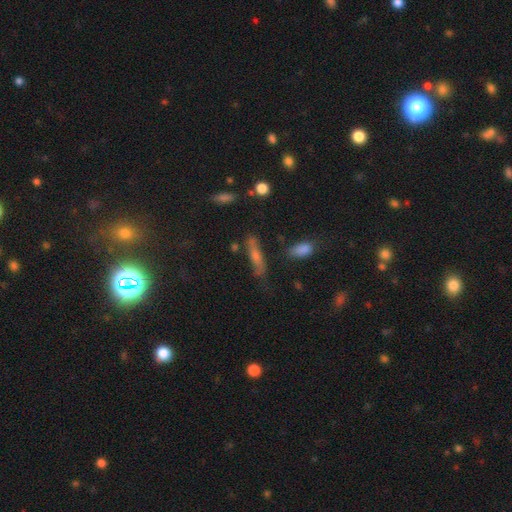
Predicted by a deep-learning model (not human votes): Smooth or featured?
  - smooth: 47% *
  - featured or disk: 37%
  - star or artifact: 16%
Merging?
  - none: 66% *
  - minor disturbance: 22%
  - major disturbance: 7%
  - merger: 5%